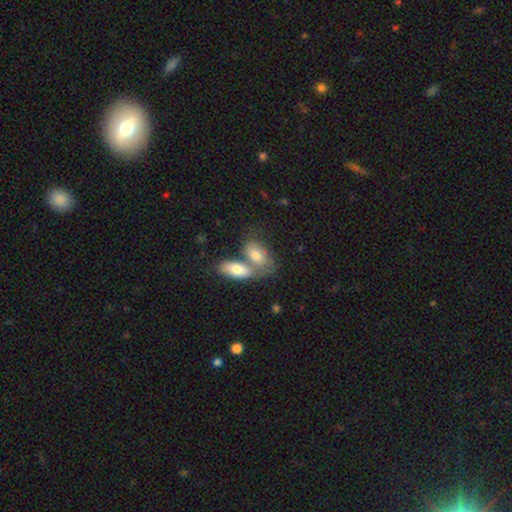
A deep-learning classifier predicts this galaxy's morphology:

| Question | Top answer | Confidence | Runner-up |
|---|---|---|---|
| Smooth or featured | smooth | 74% | featured or disk (20%) |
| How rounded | in between | 89% | cigar-shaped (6%) |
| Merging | merger | 59% | none (29%) |